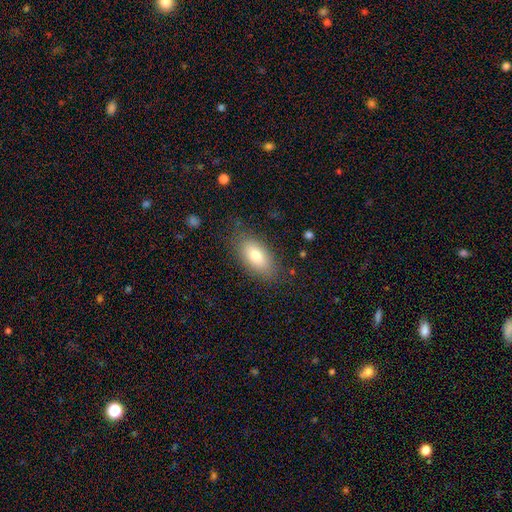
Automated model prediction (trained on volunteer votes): Overall: smooth (76%). How rounded: in between (90%). Merging: none (78%).